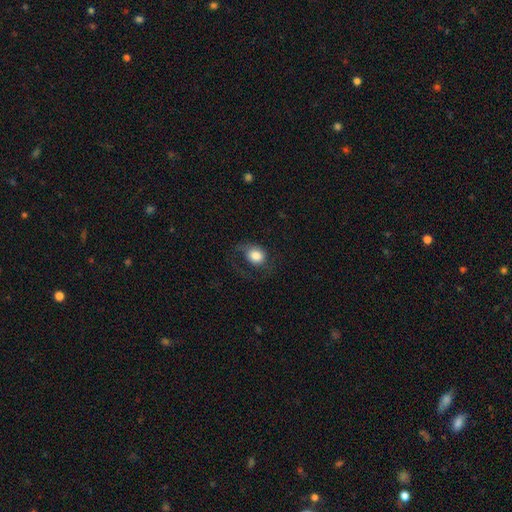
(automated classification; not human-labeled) This appears to be a smooth galaxy with no disk features (76%) that is round (64%). Merging: none (50%).